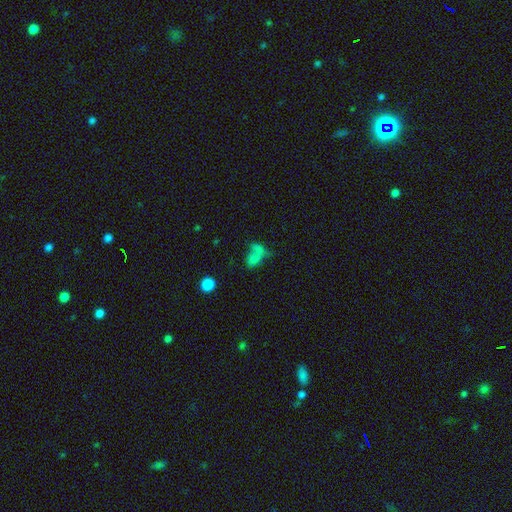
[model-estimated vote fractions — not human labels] This is possibly a smooth galaxy (59%). How rounded: likely in between (72%). Merging: marginally merger (40%).